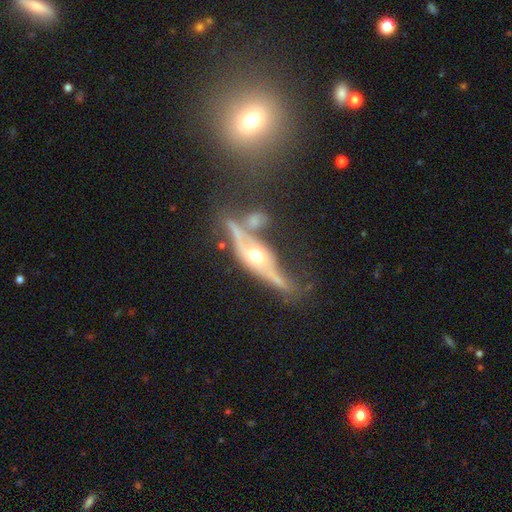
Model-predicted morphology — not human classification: The model was most divided on "merging": none: 38%, merger: 26%, minor disturbance: 19%, major disturbance: 18%. More confident: edge-on bulge — rounded (91%); smooth or featured — featured or disk (73%); edge-on disk — yes (69%).